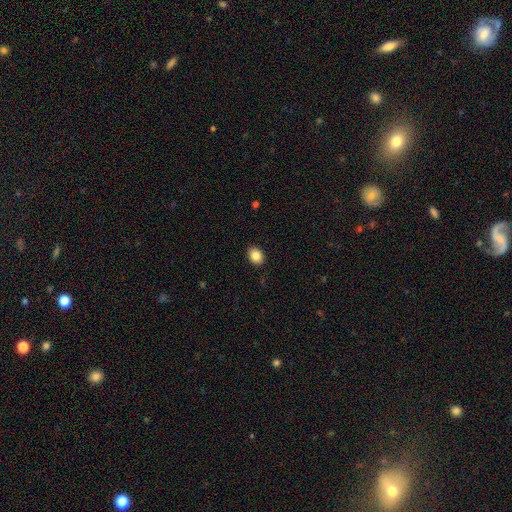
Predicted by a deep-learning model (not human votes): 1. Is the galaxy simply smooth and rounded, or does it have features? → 86% smooth, 9% star or artifact, 5% featured or disk.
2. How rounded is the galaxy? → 62% in between, 37% round, 1% cigar-shaped.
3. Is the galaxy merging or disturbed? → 90% none, 8% minor disturbance, 2% major disturbance, 1% merger.